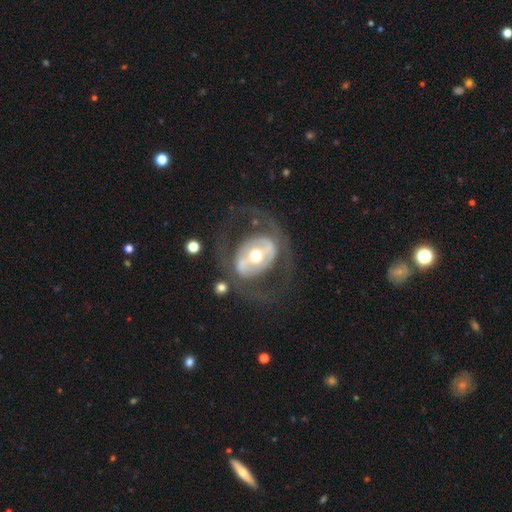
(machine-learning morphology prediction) This is likely a featured or disk galaxy (76%). It is clearly not viewed edge-on (95%). Bar: marginally no (39%). Spiral arm pattern: possibly no (56%). Central bulge: likely moderate (71%). Merging: likely none (64%).